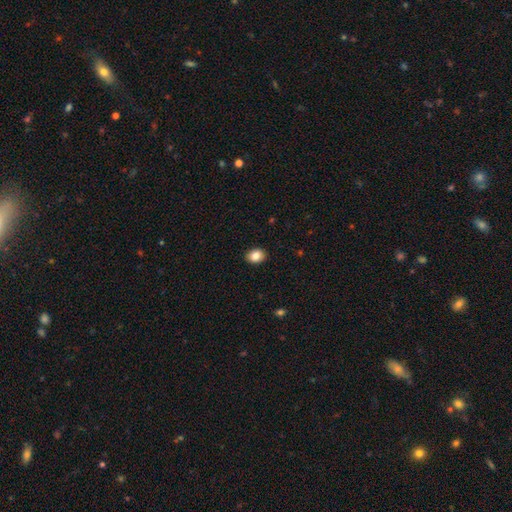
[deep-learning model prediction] smooth-or-featured: smooth: 85% | star or artifact: 9% | featured or disk: 6%
  how-rounded: in between: 60% | round: 39% | cigar-shaped: 1%
  merging: none: 91% | minor disturbance: 7% | major disturbance: 2% | merger: 1%